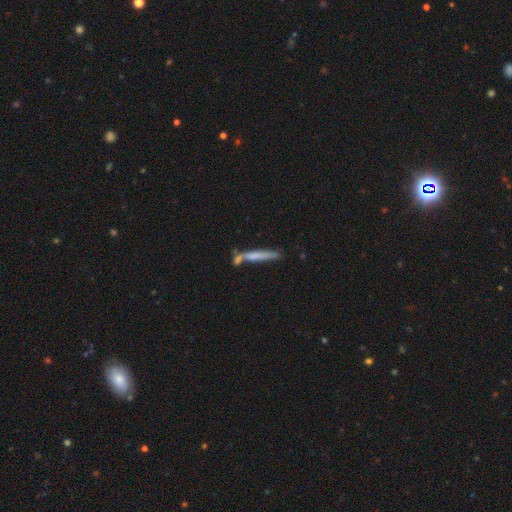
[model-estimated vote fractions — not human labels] Smooth or featured? Predicted: smooth (p=0.59). How rounded? Predicted: cigar-shaped (p=0.93). Merging? Predicted: none (p=0.54).